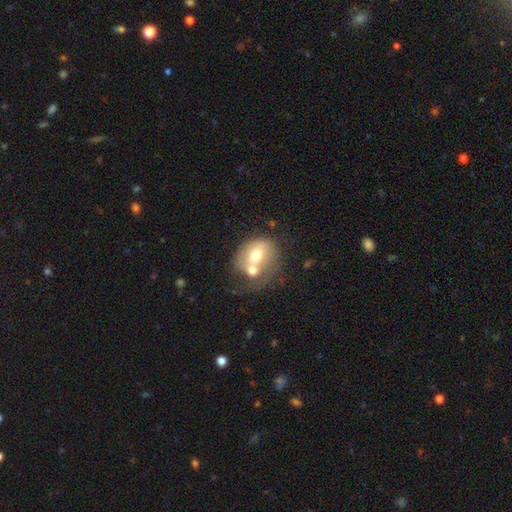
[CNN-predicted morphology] type=smooth (57%); roundness=round (52%); merging=merger (59%).